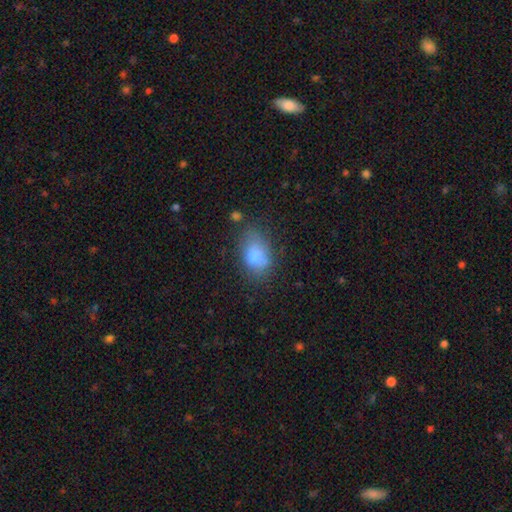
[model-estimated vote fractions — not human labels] Smooth or featured? smooth (77%)
How rounded? in between (85%)
Merging? none (53%)